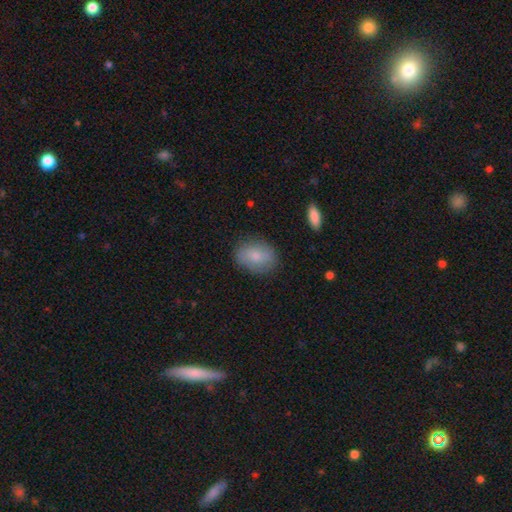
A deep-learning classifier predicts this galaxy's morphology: Smooth or featured? Predicted: smooth (p=0.78). How rounded? Predicted: in between (p=0.76). Merging? Predicted: none (p=0.83).